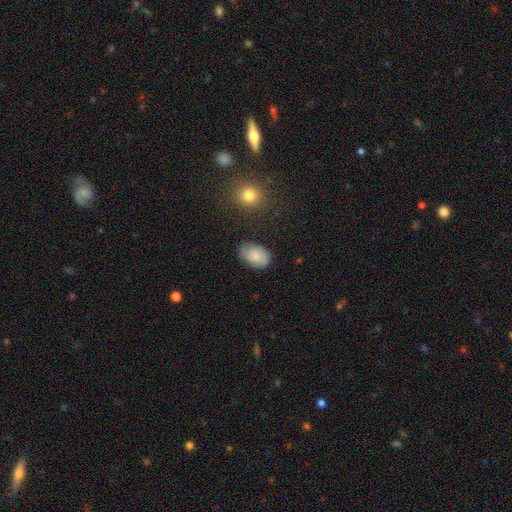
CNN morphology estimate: This appears to be a smooth galaxy with no disk features (81%) that is in between round and cigar-shaped (88%). Merging: none (76%).